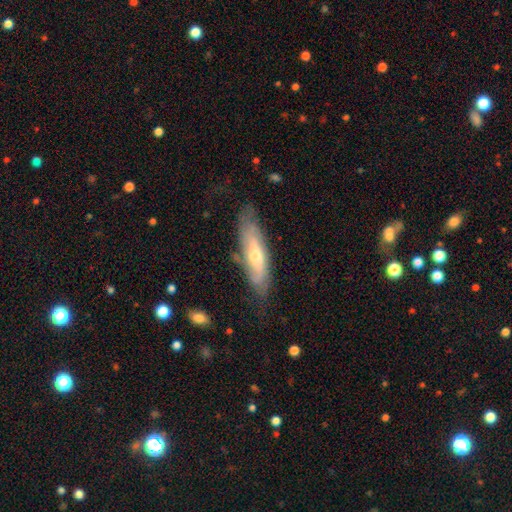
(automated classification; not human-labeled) Smooth or featured? featured or disk (56%)
Edge-on disk? no (58%)
Merging? none (67%)